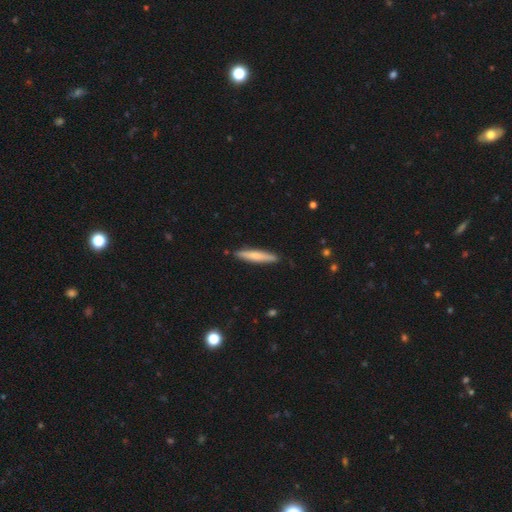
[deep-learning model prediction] The model was most divided on "smooth or featured": smooth: 67%, featured or disk: 28%, star or artifact: 5%. More confident: how rounded — cigar-shaped (93%); merging — none (89%).